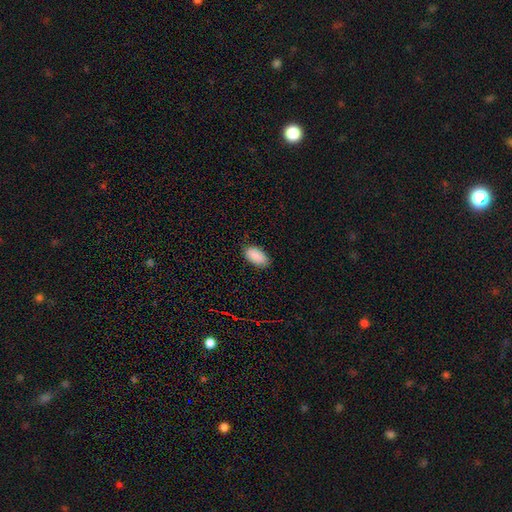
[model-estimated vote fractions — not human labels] Smooth or featured? Predicted: smooth (p=0.90). How rounded? Predicted: in between (p=0.95). Merging? Predicted: none (p=0.83).